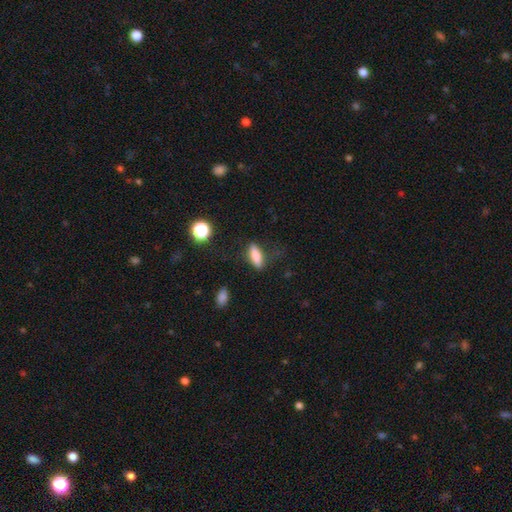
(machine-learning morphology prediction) A smooth galaxy with no disk features (80%) that is in between round and cigar-shaped (56%). Merging: none (77%).